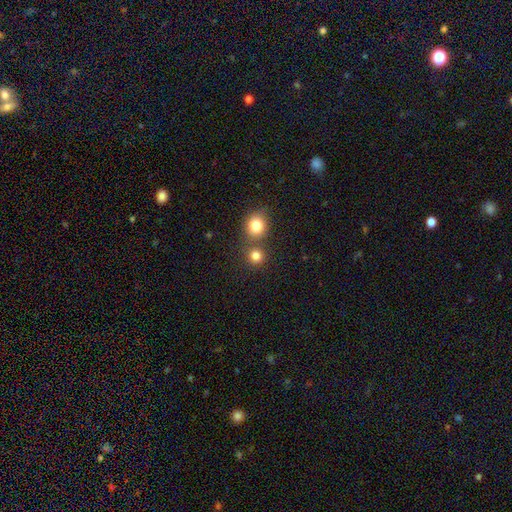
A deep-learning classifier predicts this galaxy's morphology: A smooth galaxy with no disk features (81%) that is round (89%).

Vote fractions:
- Smooth or featured? smooth: 81% / star or artifact: 13% / featured or disk: 6%
- How rounded? round: 89% / in between: 10% / cigar-shaped: 1%
- Merging? none: 66% / merger: 25% / minor disturbance: 6% / major disturbance: 3%